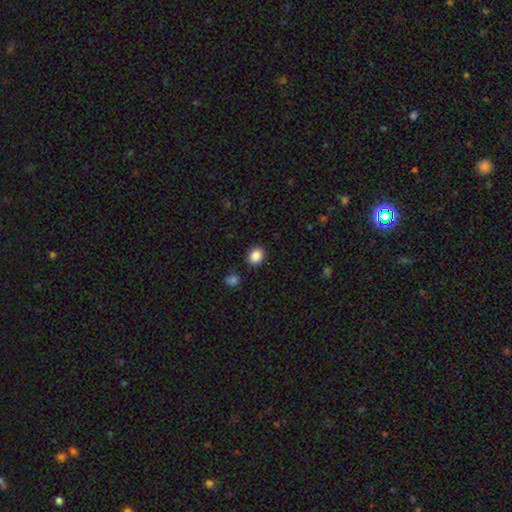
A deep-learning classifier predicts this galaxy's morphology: This is clearly a smooth galaxy (88%). How rounded: possibly round (53%). Merging: clearly none (87%).